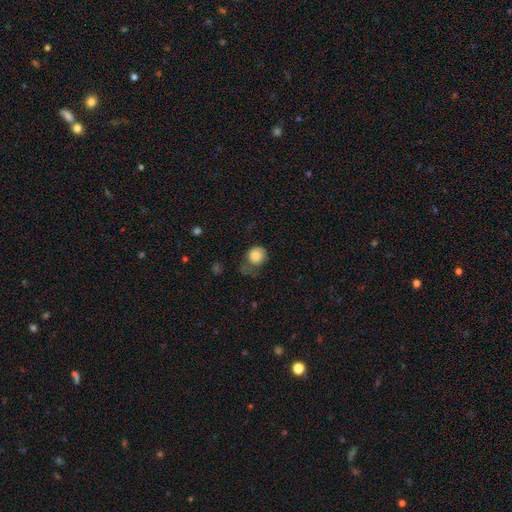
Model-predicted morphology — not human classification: Q: Smooth or featured?
A: smooth (83%); runner-up: star or artifact (9%)
Q: How rounded?
A: round (82%); runner-up: in between (17%)
Q: Merging?
A: none (42%); runner-up: minor disturbance (27%)